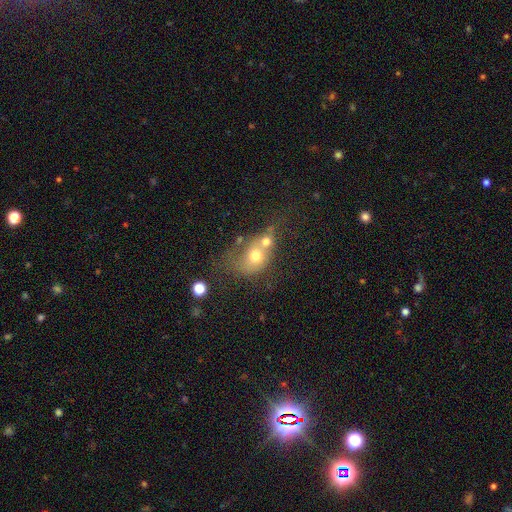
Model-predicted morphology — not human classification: This is likely a smooth galaxy (61%). How rounded: possibly round (52%). Merging: likely merger (62%).